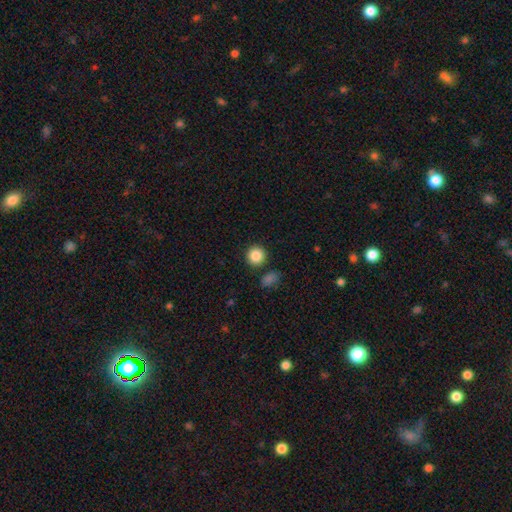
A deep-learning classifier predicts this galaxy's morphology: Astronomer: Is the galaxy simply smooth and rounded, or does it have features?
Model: smooth — 87%.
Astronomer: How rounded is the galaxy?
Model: round — 92%.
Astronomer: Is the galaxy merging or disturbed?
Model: none — 86%.